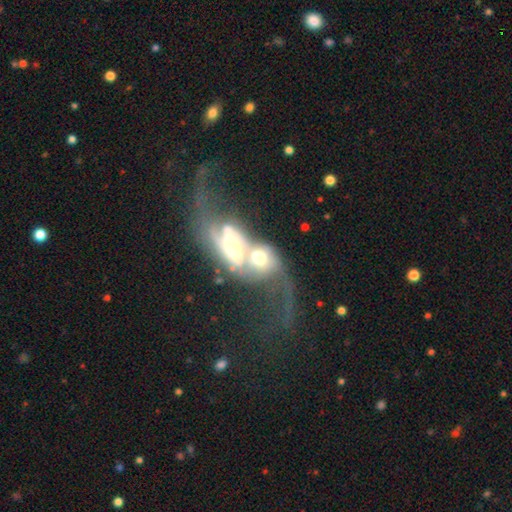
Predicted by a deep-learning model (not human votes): Smooth or featured? featured or disk (59%)
Edge-on disk? no (85%)
Bar? no (54%)
Spiral arms? yes (64%)
Bulge size? moderate (48%)
Merging? merger (74%)